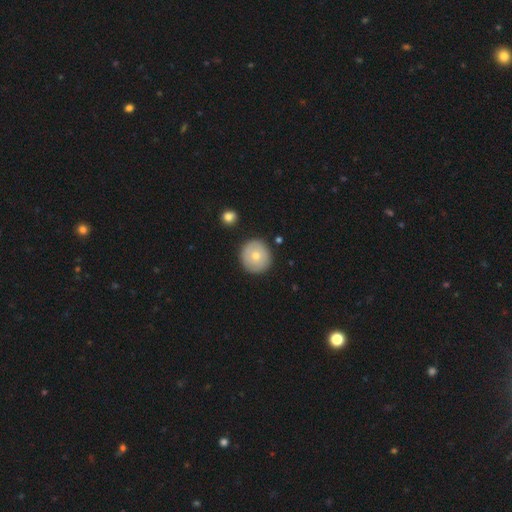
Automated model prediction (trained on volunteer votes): smooth 70%, featured or disk 23%, star or artifact 7%. Down the decision tree: how rounded — round (93%); merging — none (88%).